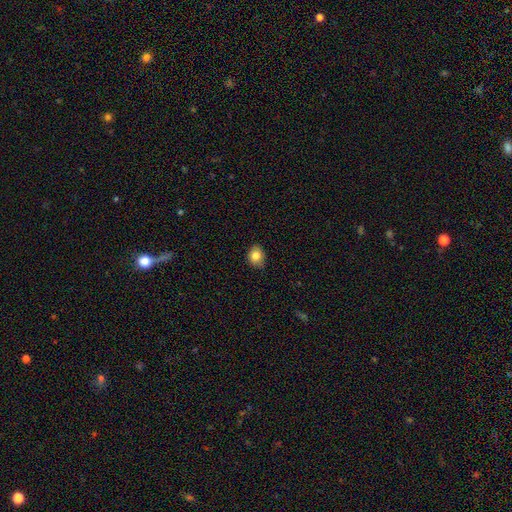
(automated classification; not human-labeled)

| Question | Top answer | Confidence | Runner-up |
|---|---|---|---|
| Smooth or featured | smooth | 81% | star or artifact (10%) |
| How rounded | round | 58% | in between (41%) |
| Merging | none | 79% | minor disturbance (17%) |